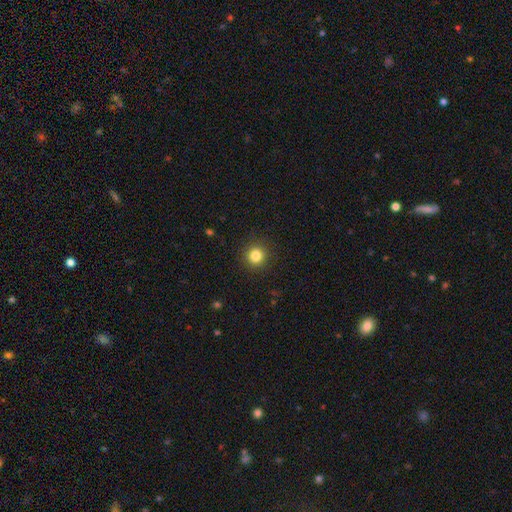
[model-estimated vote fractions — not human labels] Smooth or featured? smooth (83%)
How rounded? round (93%)
Merging? none (91%)